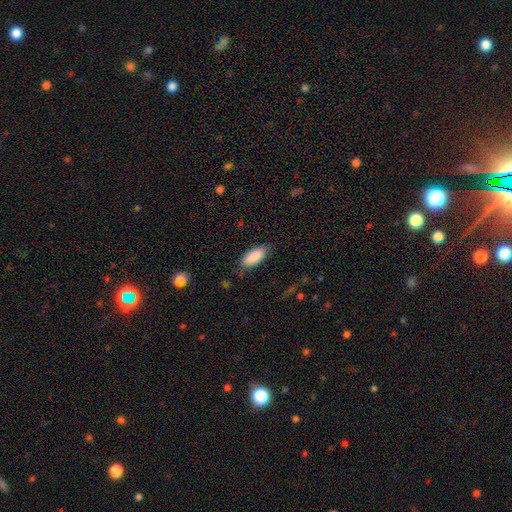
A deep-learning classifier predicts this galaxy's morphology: smooth-or-featured: smooth: 89% | star or artifact: 6% | featured or disk: 5%
  how-rounded: in between: 85% | cigar-shaped: 14% | round: 2%
  merging: none: 80% | minor disturbance: 15% | major disturbance: 4% | merger: 1%